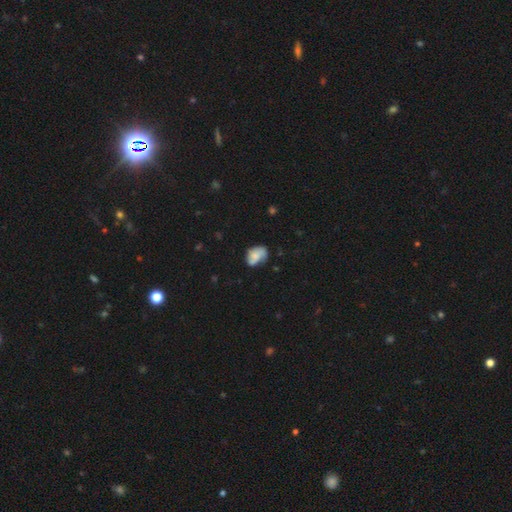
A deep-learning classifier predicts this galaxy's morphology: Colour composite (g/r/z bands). It shows a smooth galaxy with no disk features (57%) that is in between round and cigar-shaped (75%). Merging: none (48%).